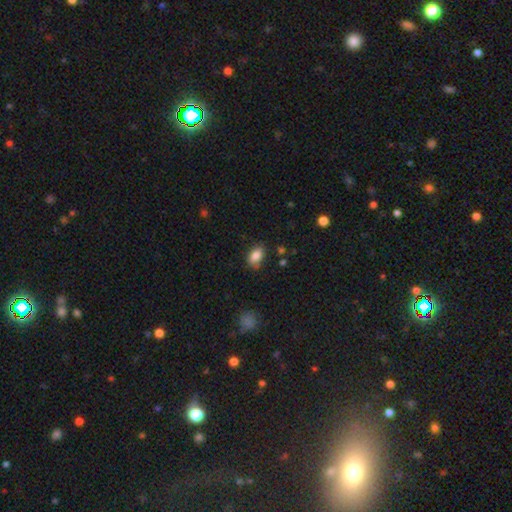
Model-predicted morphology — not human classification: This is clearly a smooth galaxy (85%). How rounded: clearly in between (88%). Merging: likely none (72%).